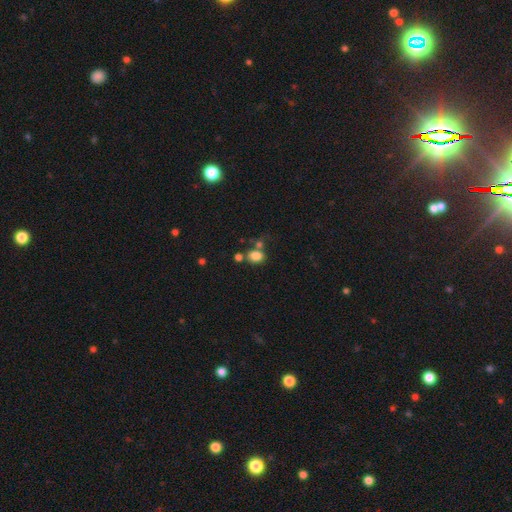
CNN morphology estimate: A smooth galaxy with no disk features (80%) that is in between round and cigar-shaped (59%).

Vote fractions:
- Smooth or featured? smooth: 80% / star or artifact: 12% / featured or disk: 8%
- How rounded? in between: 59% / round: 40% / cigar-shaped: 1%
- Merging? none: 56% / merger: 23% / minor disturbance: 15% / major disturbance: 7%